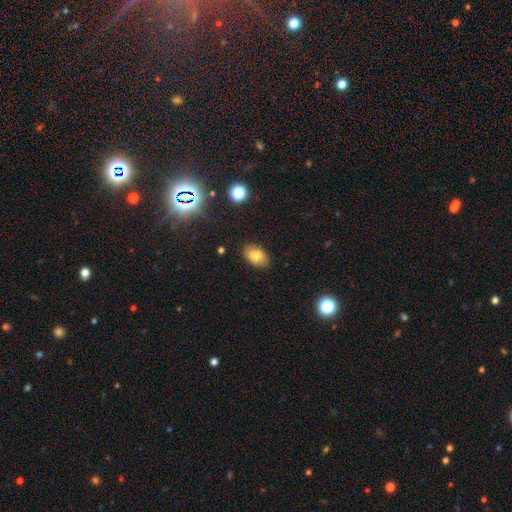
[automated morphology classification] Smooth or featured?
  - smooth: 80% *
  - featured or disk: 10%
  - star or artifact: 10%
How rounded?
  - in between: 90% *
  - round: 9%
  - cigar-shaped: 1%
Merging?
  - none: 87% *
  - minor disturbance: 10%
  - major disturbance: 2%
  - merger: 1%